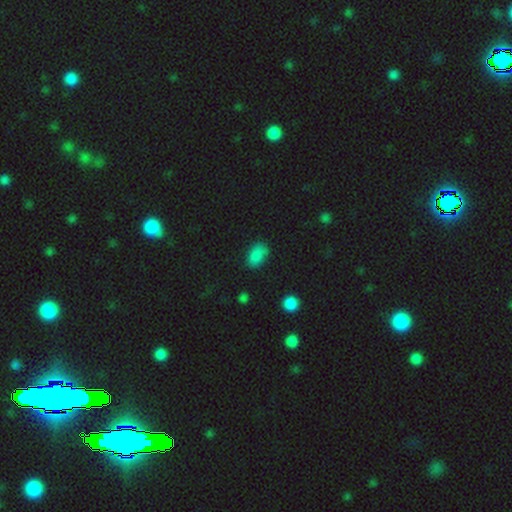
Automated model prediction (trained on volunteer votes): A smooth galaxy with no disk features (83%) that is in between round and cigar-shaped (88%).

Vote fractions:
- Smooth or featured? smooth: 83% / star or artifact: 12% / featured or disk: 5%
- How rounded? in between: 88% / round: 10% / cigar-shaped: 2%
- Merging? none: 69% / minor disturbance: 22% / major disturbance: 6% / merger: 3%